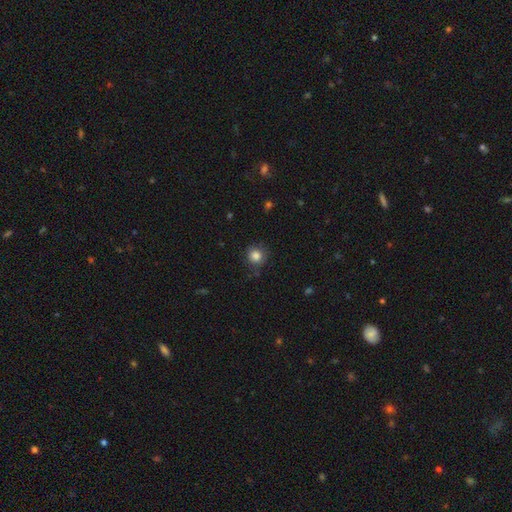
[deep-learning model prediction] A smooth galaxy with no disk features (84%) that is round (91%).

Vote fractions:
- Smooth or featured? smooth: 84% / star or artifact: 11% / featured or disk: 5%
- How rounded? round: 91% / in between: 8% / cigar-shaped: 1%
- Merging? none: 80% / minor disturbance: 14% / major disturbance: 4% / merger: 2%